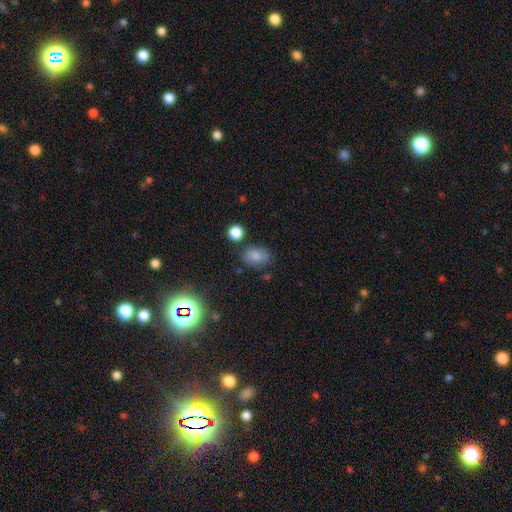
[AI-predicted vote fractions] The model was most divided on "how rounded": in between: 76%, round: 23%, cigar-shaped: 1%. More confident: smooth or featured — smooth (81%); merging — none (74%).